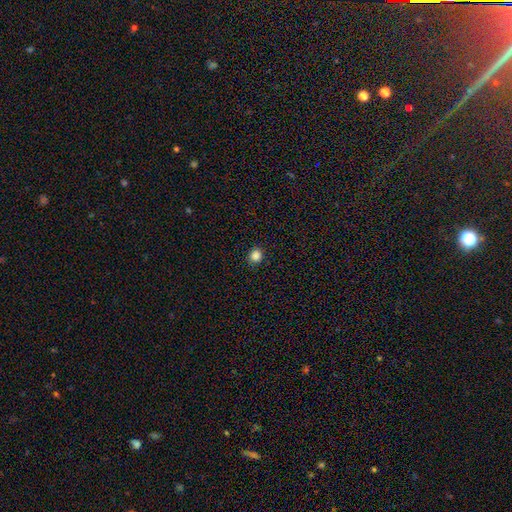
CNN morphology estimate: Smooth or featured? Predicted: smooth (p=0.85). How rounded? Predicted: round (p=0.87). Merging? Predicted: none (p=0.92).